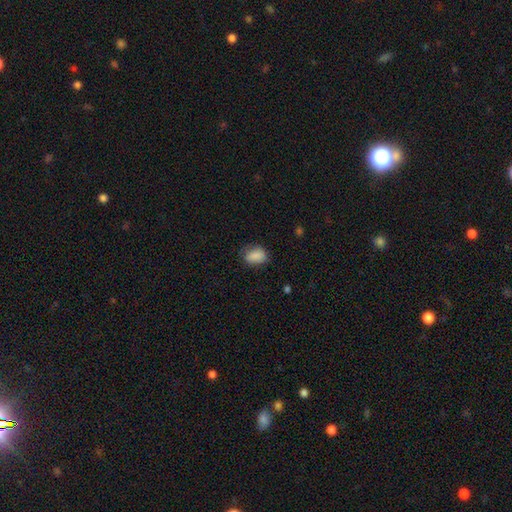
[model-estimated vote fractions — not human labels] smooth 86%, star or artifact 8%, featured or disk 7%. Down the decision tree: how rounded — in between (78%); merging — none (64%).